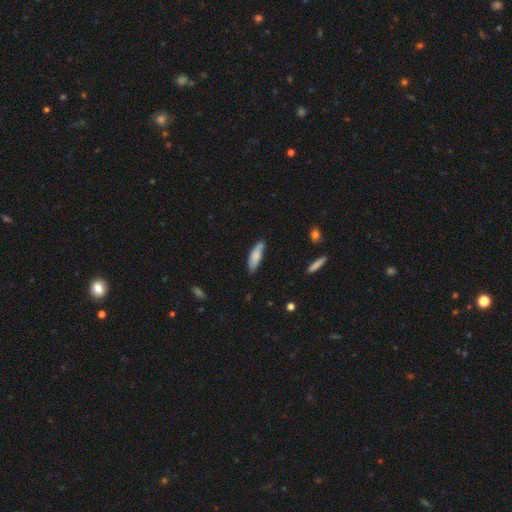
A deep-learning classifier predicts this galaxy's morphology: This is likely a smooth galaxy (72%). How rounded: possibly in between (51%). Merging: likely none (67%).